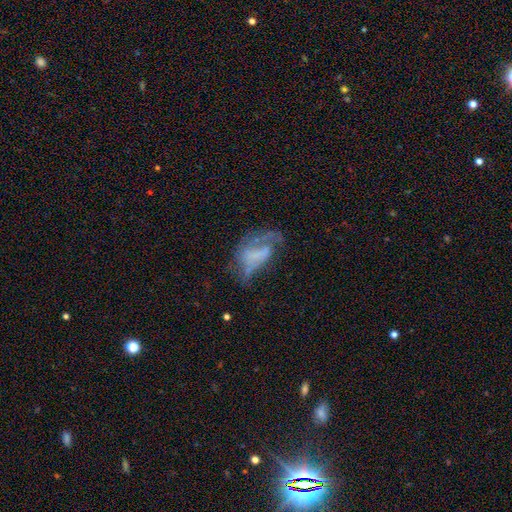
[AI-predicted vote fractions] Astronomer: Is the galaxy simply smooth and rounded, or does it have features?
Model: featured or disk — 55% (runner-up: smooth, 33%).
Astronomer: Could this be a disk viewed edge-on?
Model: no — 96%.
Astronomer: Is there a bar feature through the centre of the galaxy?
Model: no — 68%.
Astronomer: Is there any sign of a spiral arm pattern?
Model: no — 58% (runner-up: yes, 42%).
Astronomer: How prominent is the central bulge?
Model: none — 68%.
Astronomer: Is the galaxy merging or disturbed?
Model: major disturbance — 47% (runner-up: none, 25%).